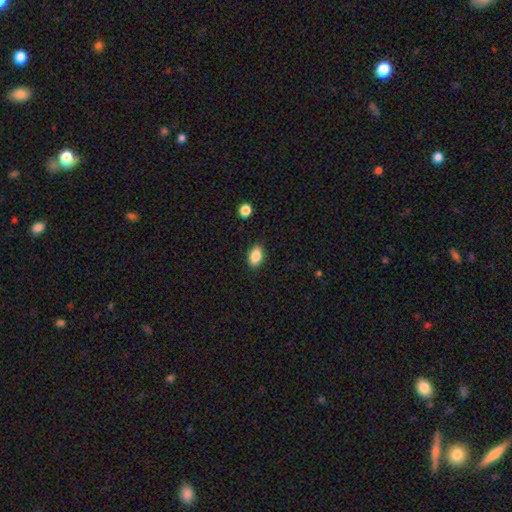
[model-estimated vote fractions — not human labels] A smooth galaxy with no disk features (86%) that is in between round and cigar-shaped (89%).

Vote fractions:
- Smooth or featured? smooth: 86% / star or artifact: 8% / featured or disk: 6%
- How rounded? in between: 89% / round: 9% / cigar-shaped: 2%
- Merging? none: 87% / minor disturbance: 9% / major disturbance: 2% / merger: 1%